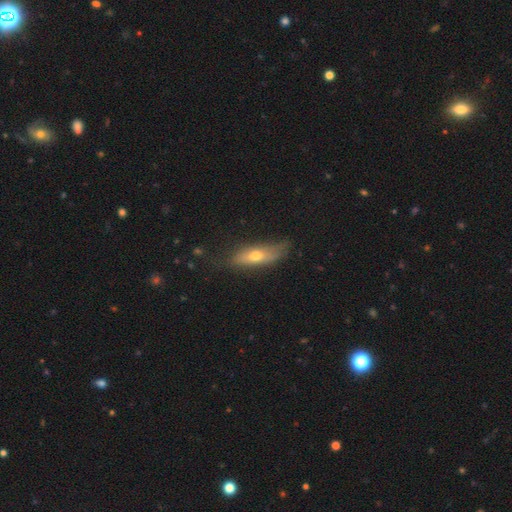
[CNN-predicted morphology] smooth 56%, featured or disk 37%, star or artifact 7%. Down the decision tree: how rounded — cigar-shaped (51%); merging — none (62%).